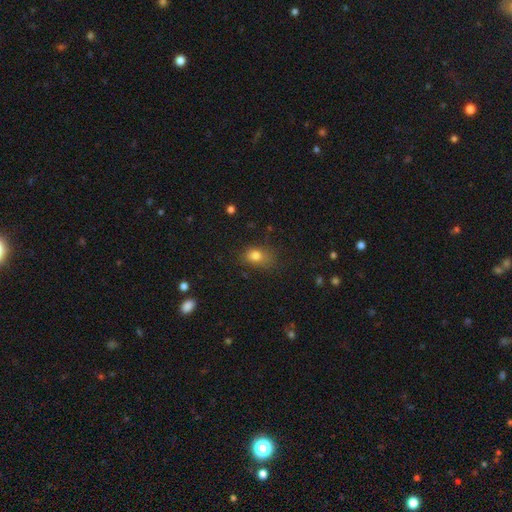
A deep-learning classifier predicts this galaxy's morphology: Smooth or featured? smooth (79%)
How rounded? in between (64%)
Merging? none (65%)